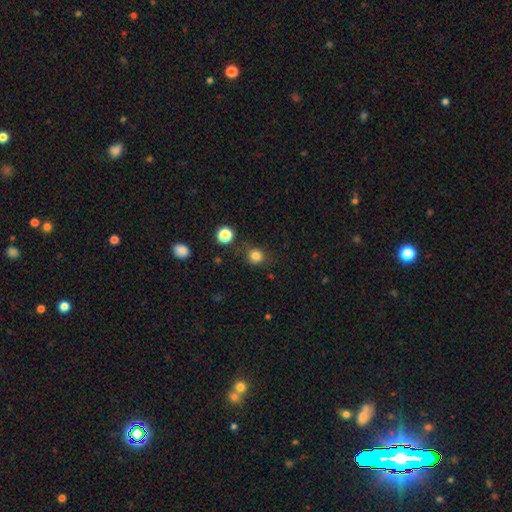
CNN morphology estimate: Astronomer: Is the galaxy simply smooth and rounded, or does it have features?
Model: smooth — 82%.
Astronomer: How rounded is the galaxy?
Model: round — 87%.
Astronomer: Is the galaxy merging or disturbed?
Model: none — 79%.